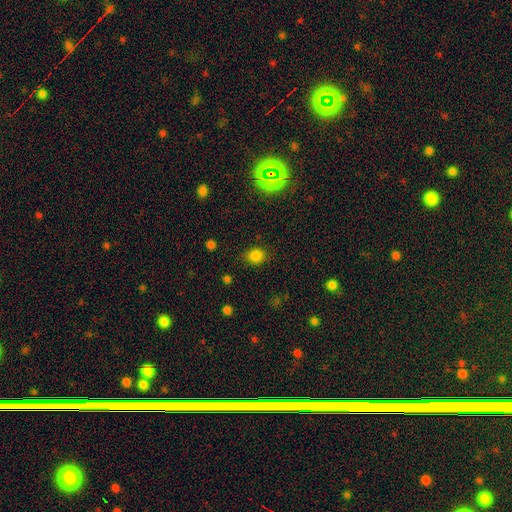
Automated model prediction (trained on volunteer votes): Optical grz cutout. It shows a smooth galaxy with no disk features (80%) that is round (67%). Merging: none (83%).